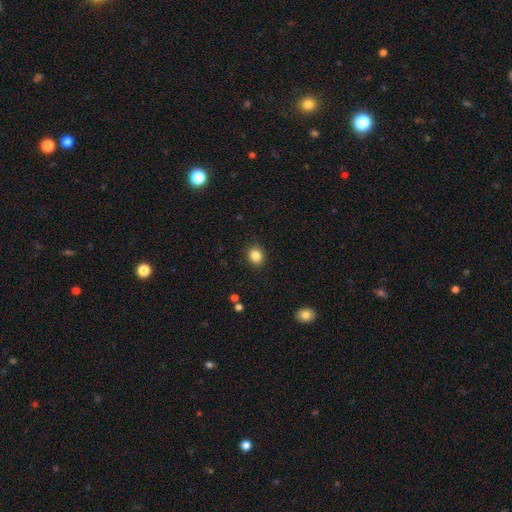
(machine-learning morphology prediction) type=smooth (85%); roundness=round (76%); merging=none (90%).